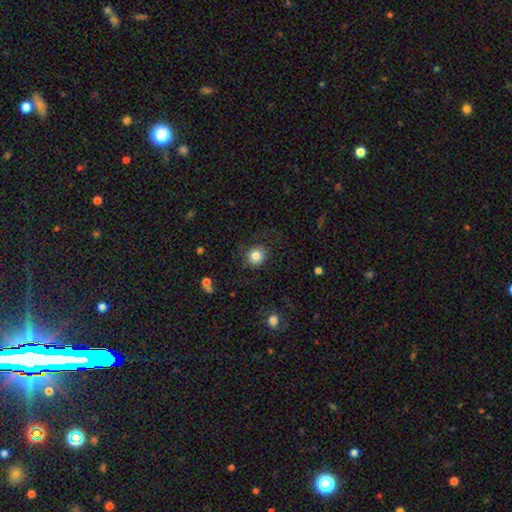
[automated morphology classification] smooth-or-featured: smooth: 83% | star or artifact: 10% | featured or disk: 7%
  how-rounded: round: 86% | in between: 13% | cigar-shaped: 1%
  merging: none: 83% | minor disturbance: 11% | major disturbance: 5% | merger: 1%